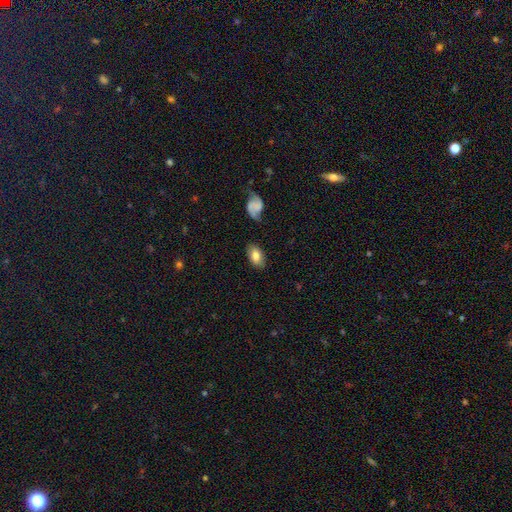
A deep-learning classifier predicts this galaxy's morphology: Smooth or featured? smooth (77%)
How rounded? in between (91%)
Merging? none (80%)